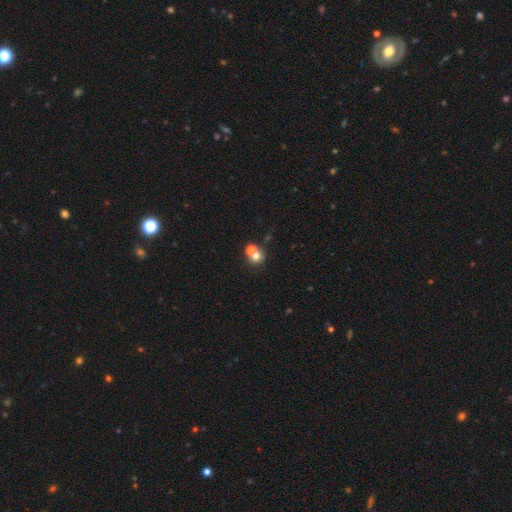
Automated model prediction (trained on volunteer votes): smooth-or-featured: smooth: 67% | featured or disk: 17% | star or artifact: 16%
  how-rounded: round: 81% | in between: 18% | cigar-shaped: 1%
  merging: merger: 52% | none: 39% | minor disturbance: 6% | major disturbance: 3%